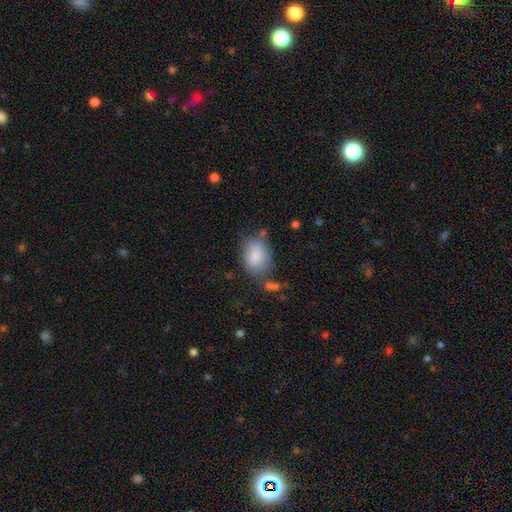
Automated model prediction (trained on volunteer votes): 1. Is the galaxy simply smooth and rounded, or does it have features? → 84% smooth, 9% featured or disk, 7% star or artifact.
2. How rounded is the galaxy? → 79% in between, 19% round, 1% cigar-shaped.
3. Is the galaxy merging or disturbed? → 62% none, 23% minor disturbance, 8% merger, 8% major disturbance.